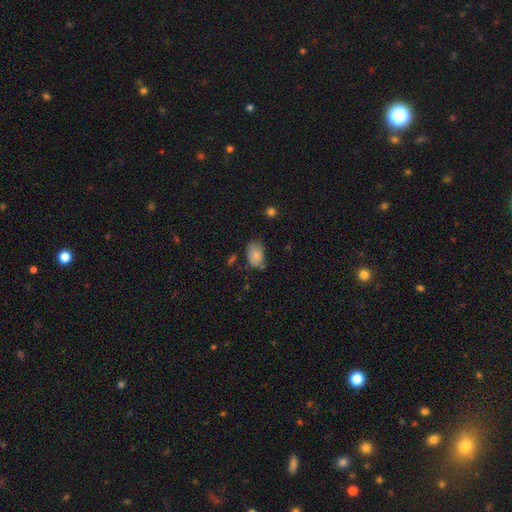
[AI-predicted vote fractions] smooth 82%, featured or disk 10%, star or artifact 8%. Down the decision tree: how rounded — in between (87%); merging — none (62%).